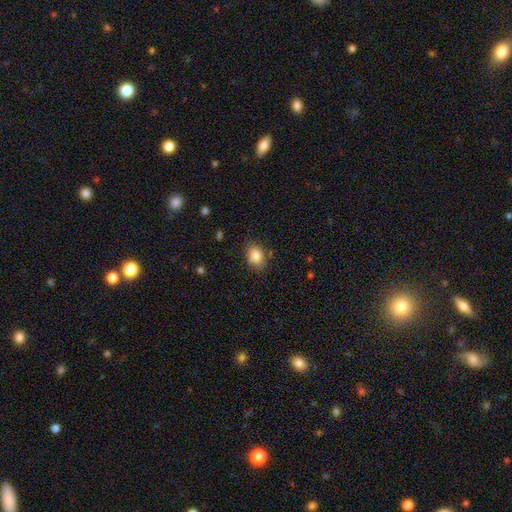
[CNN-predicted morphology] Overall: smooth (84%). How rounded: in between (71%). Merging: none (75%).